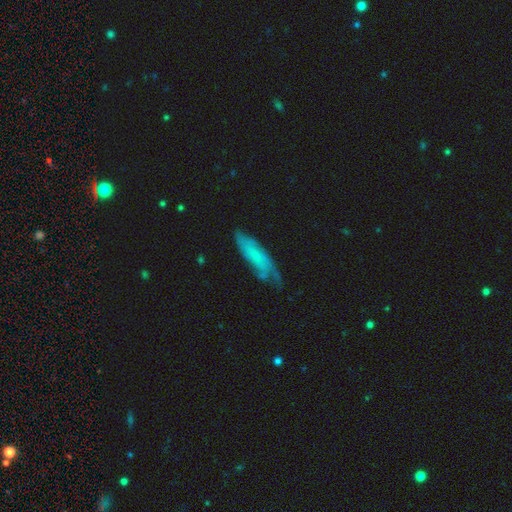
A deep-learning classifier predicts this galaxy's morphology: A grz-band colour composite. It shows a featured or disk galaxy (49%). Merging: none (53%).